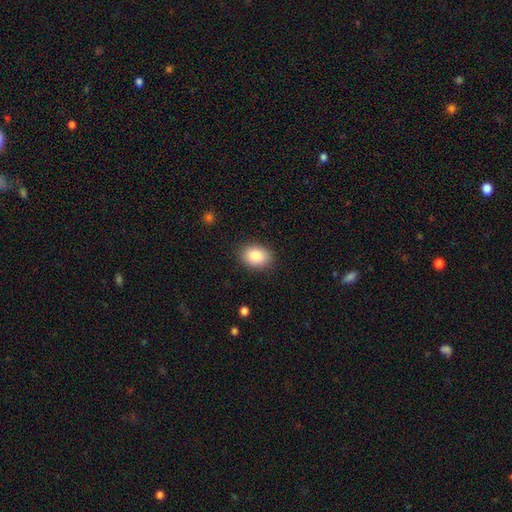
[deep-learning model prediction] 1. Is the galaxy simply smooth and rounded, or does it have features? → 87% smooth, 7% star or artifact, 6% featured or disk.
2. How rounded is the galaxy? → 72% in between, 27% round, 1% cigar-shaped.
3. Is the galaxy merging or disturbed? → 87% none, 9% minor disturbance, 2% major disturbance, 1% merger.